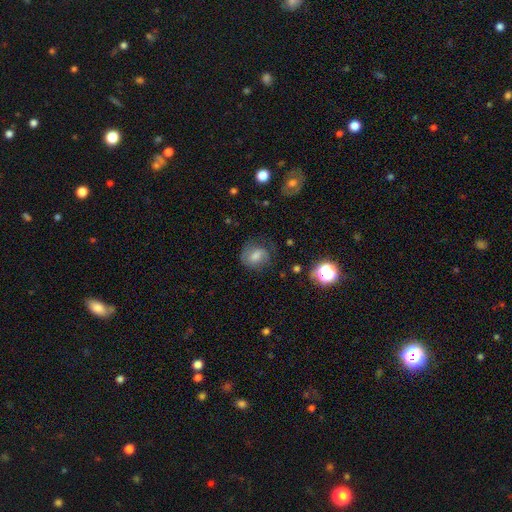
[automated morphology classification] smooth 49%, featured or disk 35%, star or artifact 16%. Down the decision tree: merging — none (65%).